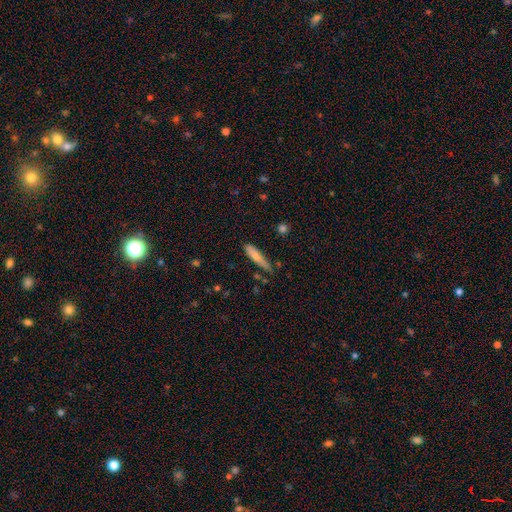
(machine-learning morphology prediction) Smooth or featured? smooth (70%)
How rounded? cigar-shaped (82%)
Merging? none (63%)